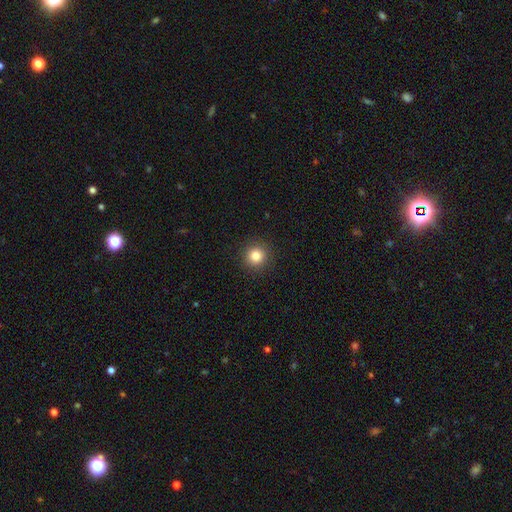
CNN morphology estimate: Smooth or featured?
  - smooth: 83% *
  - star or artifact: 11%
  - featured or disk: 5%
How rounded?
  - round: 94% *
  - in between: 5%
  - cigar-shaped: 1%
Merging?
  - none: 92% *
  - minor disturbance: 5%
  - major disturbance: 2%
  - merger: 1%